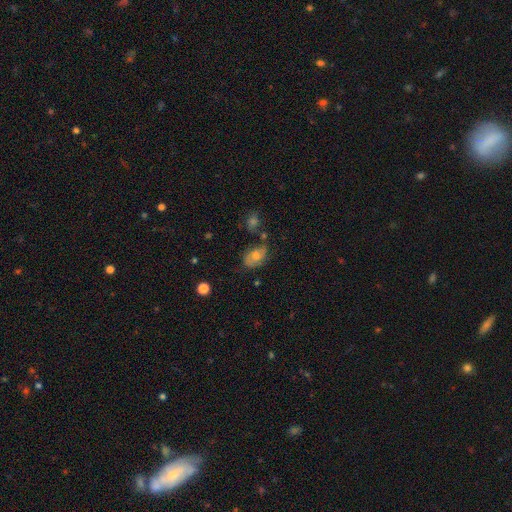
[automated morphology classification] A smooth galaxy with no disk features (56%) that is in between round and cigar-shaped (82%). Merging: none (61%).